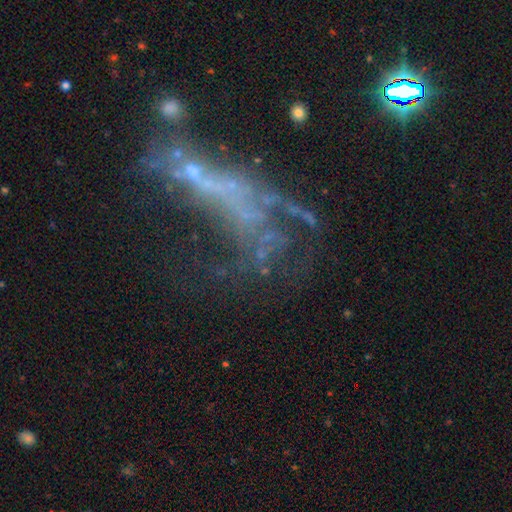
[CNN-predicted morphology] This appears to be a featured or disk galaxy (50%). Merging: none (35%).